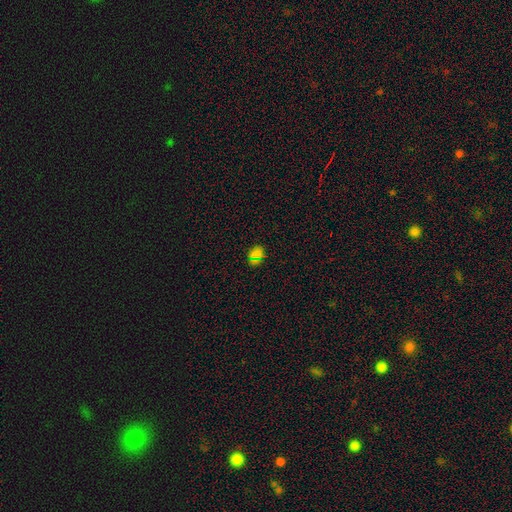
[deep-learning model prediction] smooth 63%, star or artifact 31%, featured or disk 6%. Down the decision tree: how rounded — in between (52%); merging — none (85%).